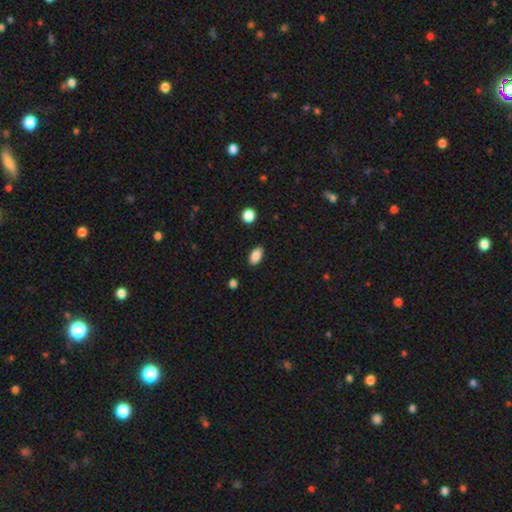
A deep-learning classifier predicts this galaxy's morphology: Overall: smooth (87%). How rounded: in between (91%). Merging: none (88%).